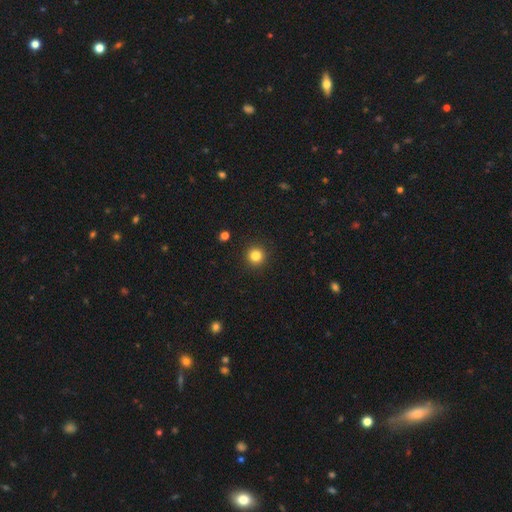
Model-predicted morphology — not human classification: smooth_or_featured: smooth (p=0.83) [alt: star or artifact p=0.12]
how_rounded: round (p=0.95) [alt: in between p=0.04]
merging: none (p=0.92) [alt: minor disturbance p=0.05]